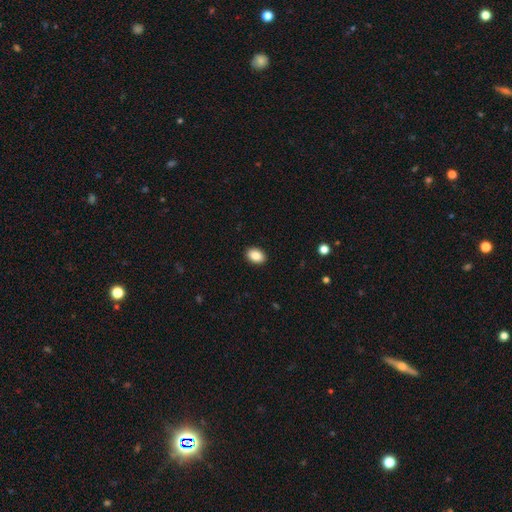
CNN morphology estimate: type=smooth (88%); roundness=in between (82%); merging=none (91%).